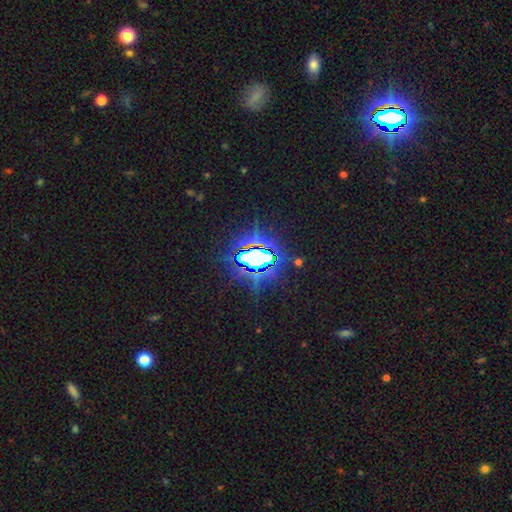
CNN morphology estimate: Overall: star or artifact (75%).